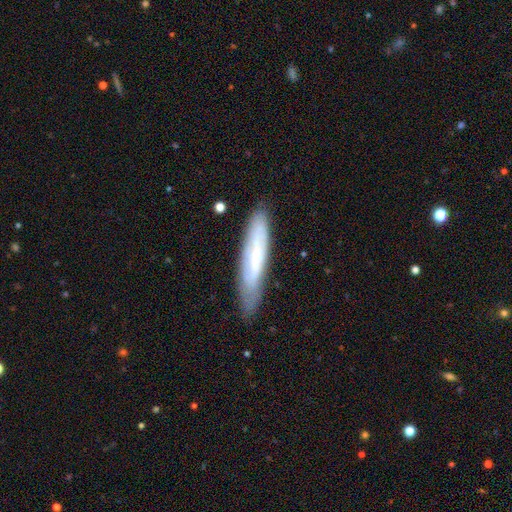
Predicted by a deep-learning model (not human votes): Morphology: type=featured or disk (48%); merging=none (78%).